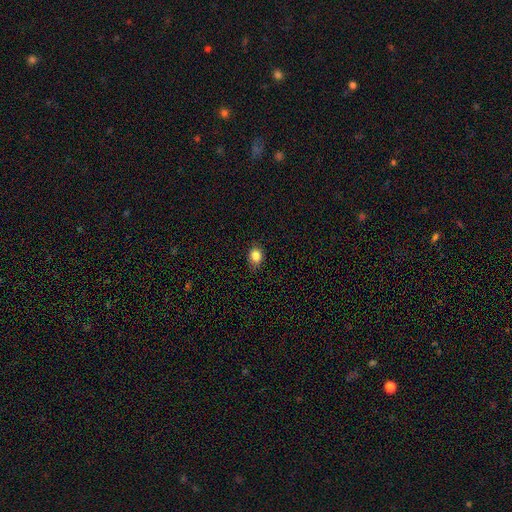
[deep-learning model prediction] A smooth galaxy with no disk features (85%) that is in between round and cigar-shaped (50%). Merging: none (82%).